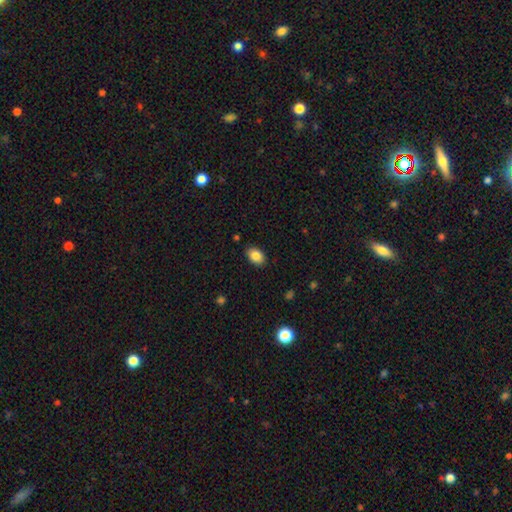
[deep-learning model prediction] Smooth or featured? smooth (86%)
How rounded? in between (85%)
Merging? none (88%)